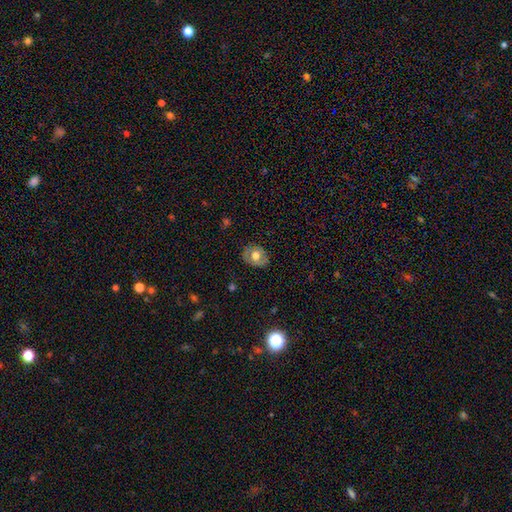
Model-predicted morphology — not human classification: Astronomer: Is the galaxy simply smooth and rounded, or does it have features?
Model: smooth — 57% (runner-up: featured or disk, 35%).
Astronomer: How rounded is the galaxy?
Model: in between — 53% (runner-up: round, 46%).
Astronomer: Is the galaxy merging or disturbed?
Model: none — 80%.